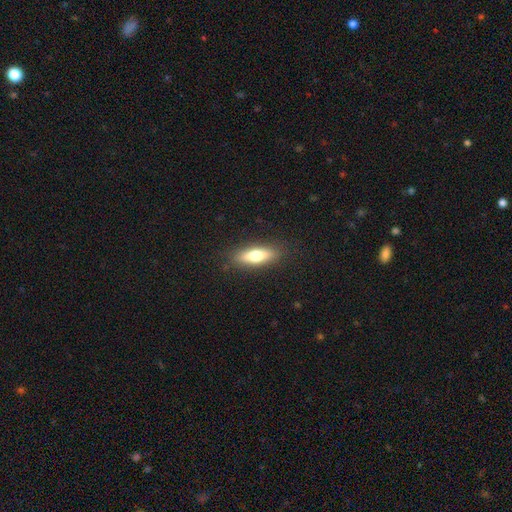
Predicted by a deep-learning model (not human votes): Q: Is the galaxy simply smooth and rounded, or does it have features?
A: smooth — 67%.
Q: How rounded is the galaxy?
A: in between — 50%.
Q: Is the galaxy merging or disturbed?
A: none — 86%.